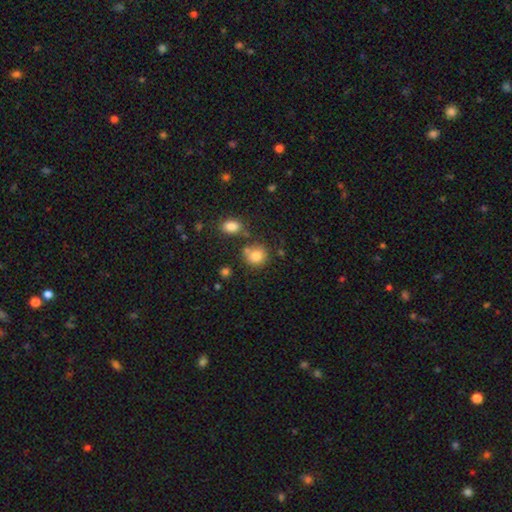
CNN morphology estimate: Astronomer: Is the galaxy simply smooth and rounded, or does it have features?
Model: smooth — 82%.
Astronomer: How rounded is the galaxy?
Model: round — 82%.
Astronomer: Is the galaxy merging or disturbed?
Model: none — 68%.